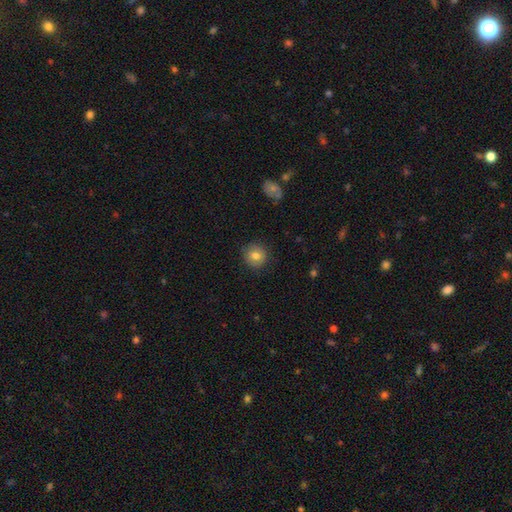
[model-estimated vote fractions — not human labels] Smooth or featured? smooth (79%)
How rounded? round (92%)
Merging? none (88%)